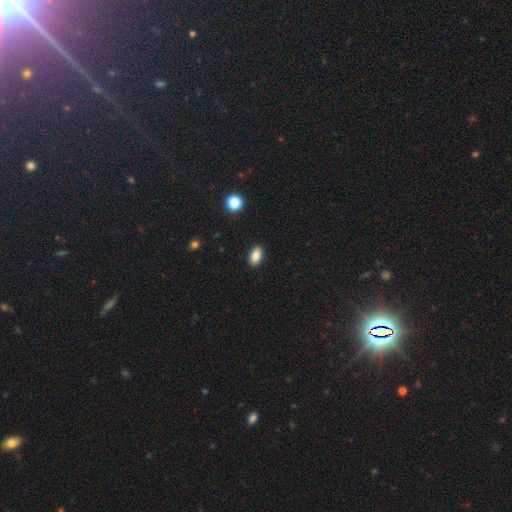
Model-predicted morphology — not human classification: smooth 86%, star or artifact 9%, featured or disk 5%. Down the decision tree: how rounded — in between (90%); merging — none (89%).